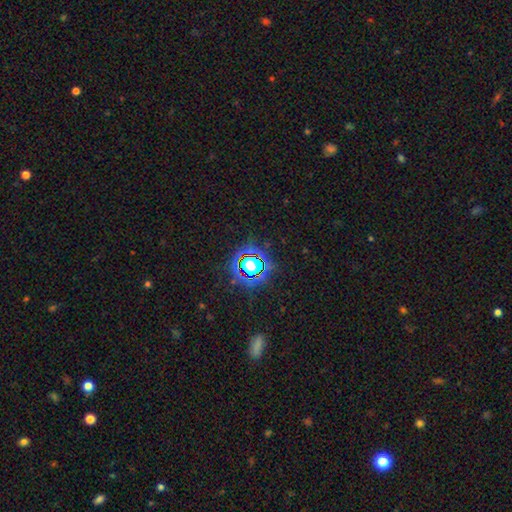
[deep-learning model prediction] A star or artifact, not a galaxy (79%).